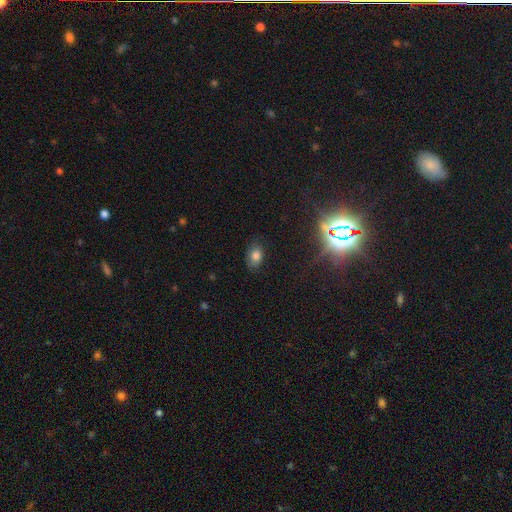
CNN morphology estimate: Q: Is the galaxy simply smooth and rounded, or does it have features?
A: smooth — 77%.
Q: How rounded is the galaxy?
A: in between — 81%.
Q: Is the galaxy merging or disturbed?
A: none — 79%.